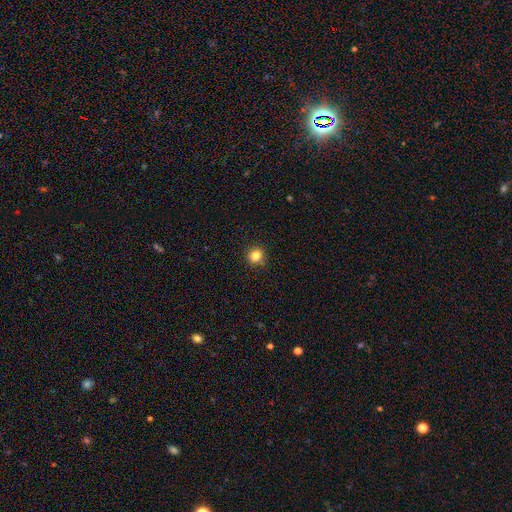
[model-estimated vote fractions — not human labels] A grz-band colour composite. It shows a smooth galaxy with no disk features (84%) that is round (81%). Merging: none (87%).